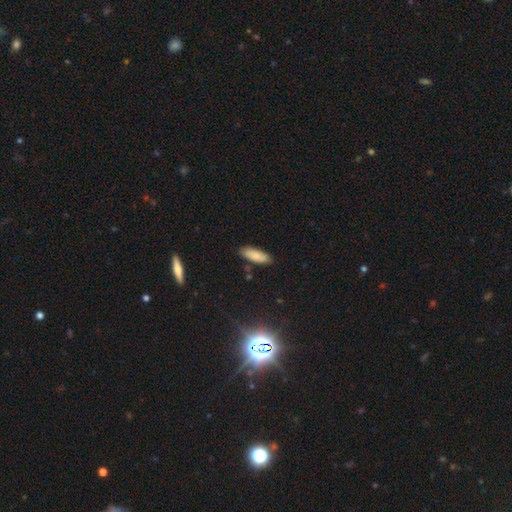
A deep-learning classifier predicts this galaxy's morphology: A smooth galaxy with no disk features (85%) that is in between round and cigar-shaped (59%).

Vote fractions:
- Smooth or featured? smooth: 85% / featured or disk: 8% / star or artifact: 7%
- How rounded? in between: 59% / cigar-shaped: 39% / round: 2%
- Merging? none: 85% / minor disturbance: 11% / merger: 2% / major disturbance: 2%